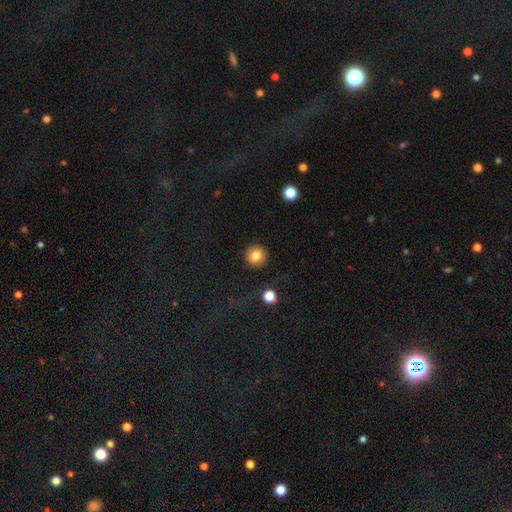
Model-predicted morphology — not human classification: Q: Smooth or featured?
A: smooth (82%); runner-up: star or artifact (10%)
Q: How rounded?
A: round (94%); runner-up: in between (5%)
Q: Merging?
A: none (91%); runner-up: minor disturbance (5%)